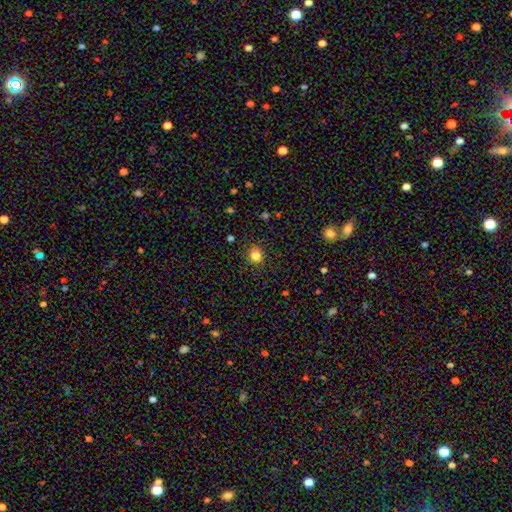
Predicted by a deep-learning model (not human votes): Morphology: type=smooth (83%); roundness=round (82%); merging=none (88%).